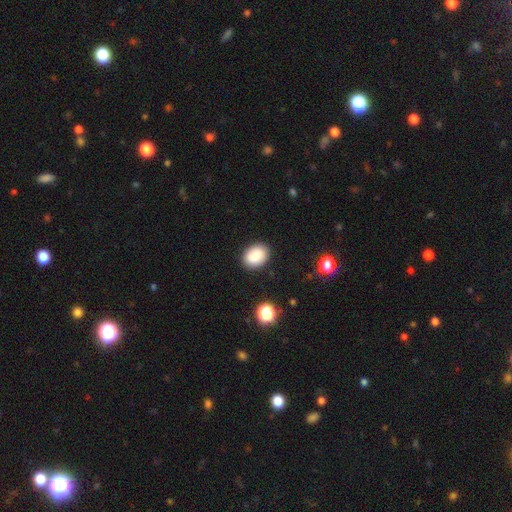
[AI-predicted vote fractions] Smooth or featured? smooth (85%)
How rounded? in between (66%)
Merging? none (88%)